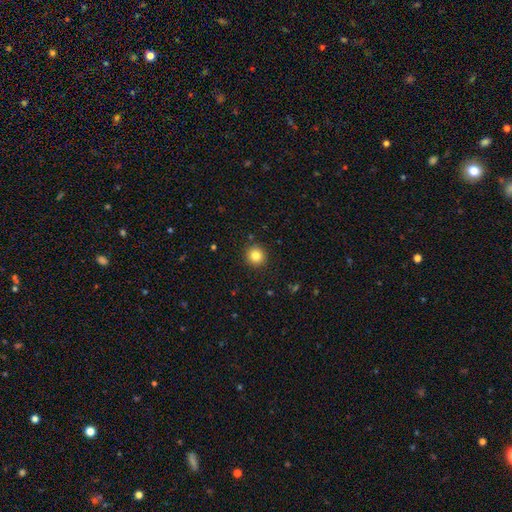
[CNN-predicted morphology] A smooth galaxy with no disk features (83%) that is round (92%).

Vote fractions:
- Smooth or featured? smooth: 83% / star or artifact: 11% / featured or disk: 6%
- How rounded? round: 92% / in between: 7% / cigar-shaped: 1%
- Merging? none: 91% / minor disturbance: 6% / major disturbance: 2% / merger: 1%